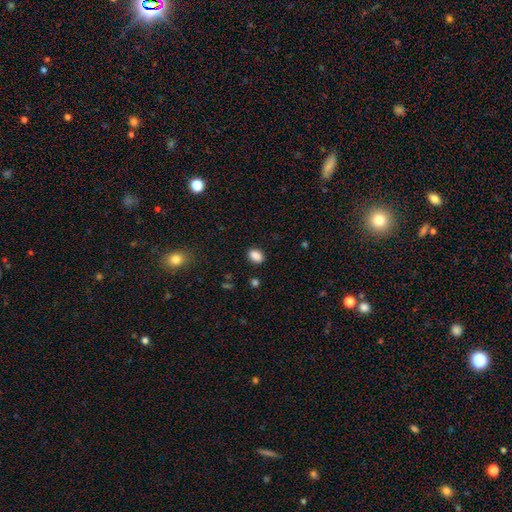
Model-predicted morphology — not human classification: A smooth galaxy with no disk features (88%) that is in between round and cigar-shaped (79%).

Vote fractions:
- Smooth or featured? smooth: 88% / star or artifact: 9% / featured or disk: 3%
- How rounded? in between: 79% / round: 19% / cigar-shaped: 1%
- Merging? none: 87% / minor disturbance: 9% / major disturbance: 2% / merger: 1%